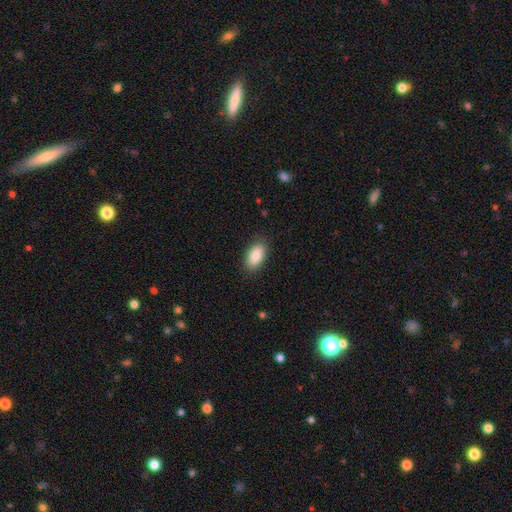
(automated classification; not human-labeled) Q: Smooth or featured?
A: smooth (87%); runner-up: star or artifact (7%)
Q: How rounded?
A: in between (93%); runner-up: cigar-shaped (4%)
Q: Merging?
A: none (87%); runner-up: minor disturbance (10%)